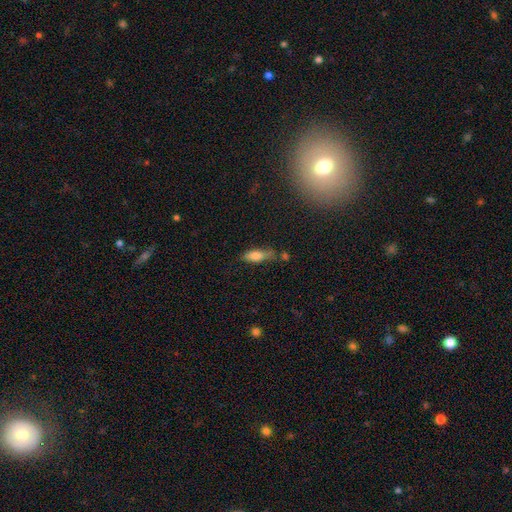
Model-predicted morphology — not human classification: Overall: smooth (72%). How rounded: in between (56%; cigar-shaped 41%). Merging: none (54%; minor disturbance 28%).